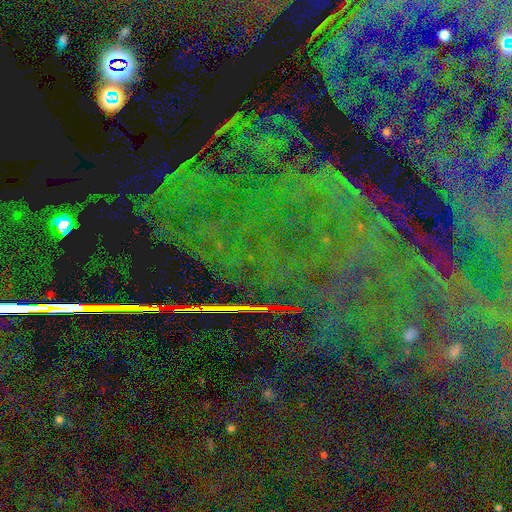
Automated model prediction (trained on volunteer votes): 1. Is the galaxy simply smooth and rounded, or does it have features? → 86% star or artifact, 8% featured or disk, 7% smooth.